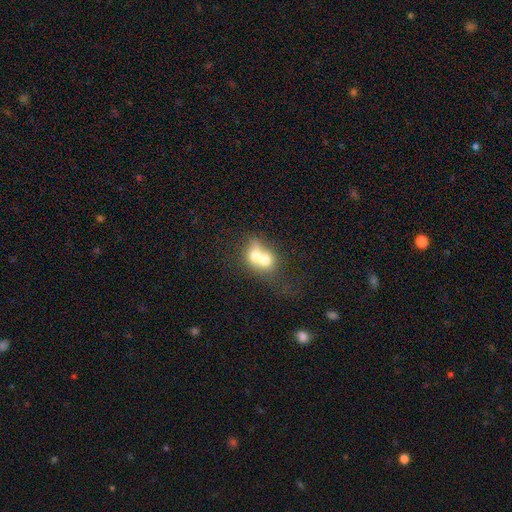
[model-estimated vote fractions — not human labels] Q: Smooth or featured?
A: smooth (63%); runner-up: featured or disk (27%)
Q: How rounded?
A: round (59%); runner-up: in between (39%)
Q: Merging?
A: merger (75%); runner-up: none (16%)